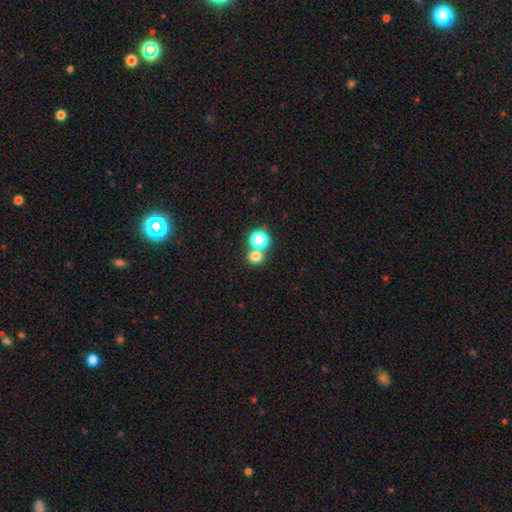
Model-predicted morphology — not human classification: The model was most divided on "merging": none: 60%, merger: 31%, minor disturbance: 6%, major disturbance: 3%. More confident: how rounded — round (85%); smooth or featured — smooth (74%).